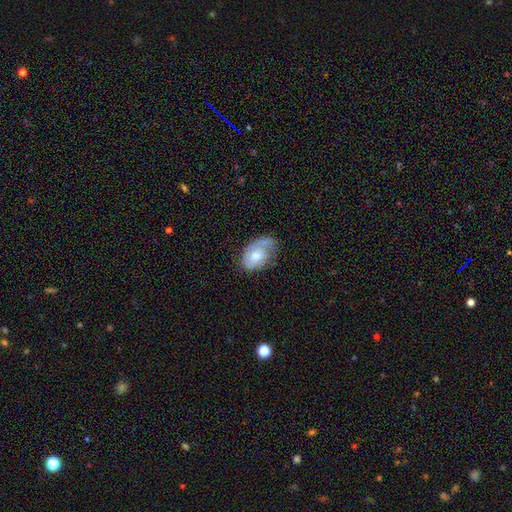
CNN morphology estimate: This is possibly a featured or disk galaxy (52%). It is clearly not viewed edge-on (95%). Merging: possibly none (50%).